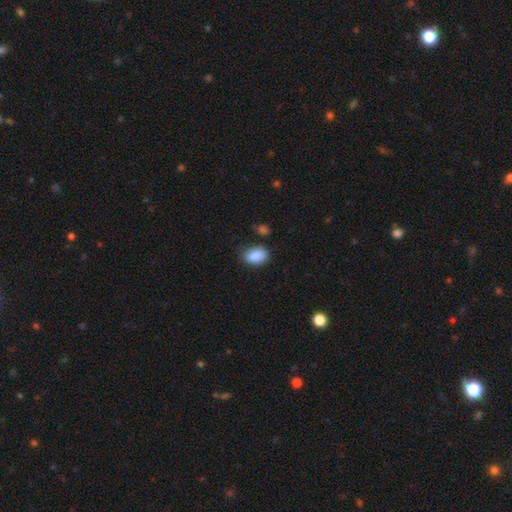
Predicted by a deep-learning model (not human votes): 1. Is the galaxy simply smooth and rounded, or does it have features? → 89% smooth, 8% star or artifact, 4% featured or disk.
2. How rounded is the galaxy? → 87% in between, 11% round, 1% cigar-shaped.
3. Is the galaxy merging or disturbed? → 76% none, 17% minor disturbance, 4% major disturbance, 3% merger.